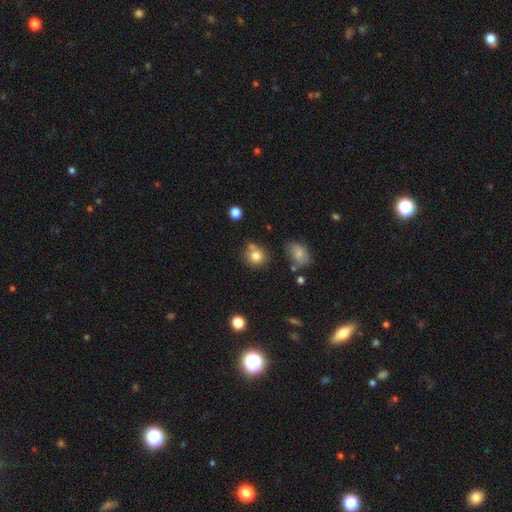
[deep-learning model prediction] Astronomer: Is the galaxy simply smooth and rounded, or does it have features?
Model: smooth — 80%.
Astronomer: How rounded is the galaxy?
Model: round — 86%.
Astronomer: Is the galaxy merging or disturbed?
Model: none — 67%.